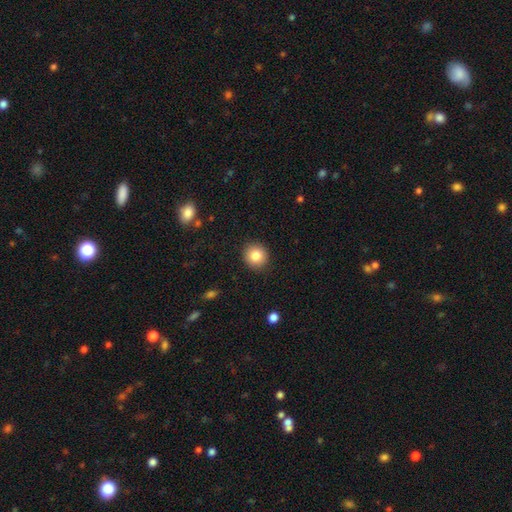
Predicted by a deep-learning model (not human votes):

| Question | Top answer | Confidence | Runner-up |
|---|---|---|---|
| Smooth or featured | smooth | 82% | star or artifact (10%) |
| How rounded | round | 91% | in between (8%) |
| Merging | none | 90% | minor disturbance (7%) |